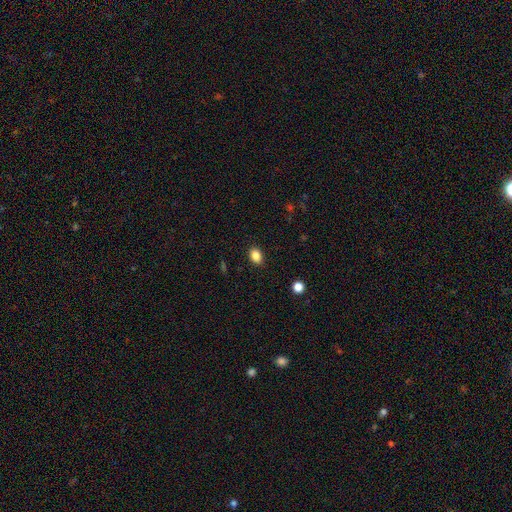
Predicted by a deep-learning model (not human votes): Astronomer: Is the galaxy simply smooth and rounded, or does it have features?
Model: smooth — 85%.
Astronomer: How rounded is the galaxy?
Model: in between — 75%.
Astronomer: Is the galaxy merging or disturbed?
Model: none — 89%.